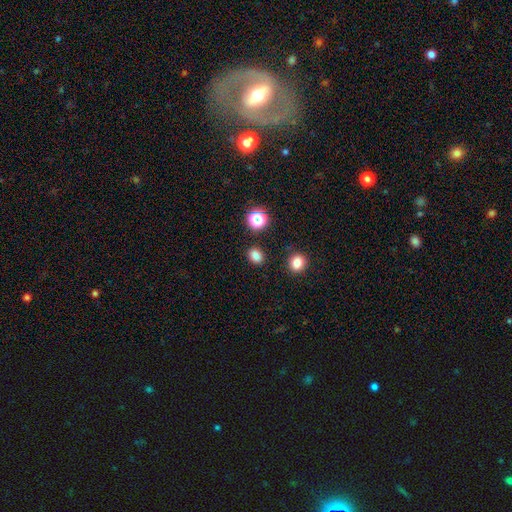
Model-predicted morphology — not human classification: Smooth or featured? smooth (81%)
How rounded? round (53%)
Merging? none (86%)